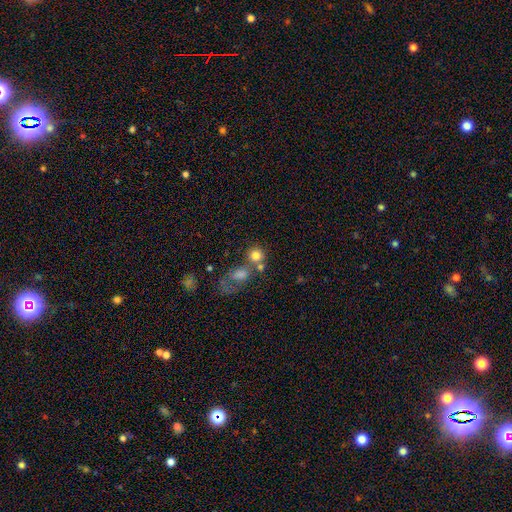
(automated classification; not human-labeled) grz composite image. It shows a smooth galaxy with no disk features (75%) that is round (84%). Merging: none (48%).